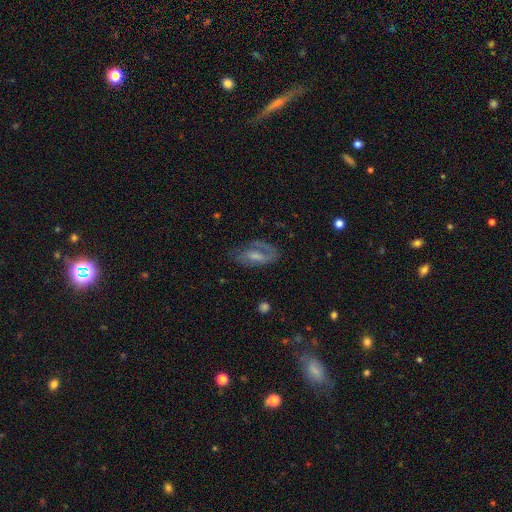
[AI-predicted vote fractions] smooth_or_featured: featured or disk (p=0.67) [alt: smooth p=0.22]
disk_edge_on: no (p=0.92) [alt: yes p=0.08]
bar: weak (p=0.43) [alt: no p=0.39]
has_spiral_arms: yes (p=0.83) [alt: no p=0.17]
spiral_winding: medium (p=0.42) [alt: tight p=0.37]
spiral_arm_count: 2 (p=0.45) [alt: 1 p=0.33]
bulge_size: moderate (p=0.42) [alt: small p=0.36]
merging: none (p=0.63) [alt: minor disturbance p=0.20]